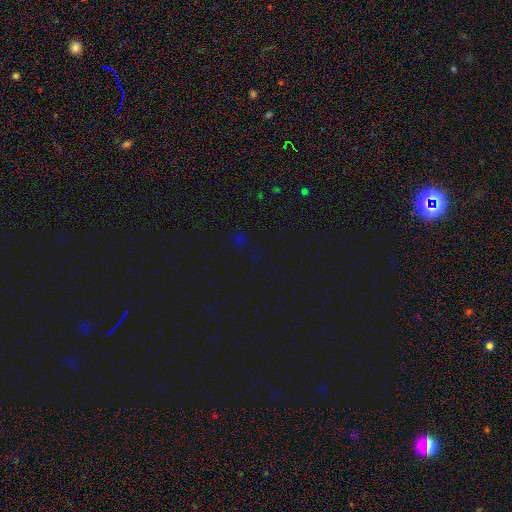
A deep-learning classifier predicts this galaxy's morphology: Smooth or featured?
  - star or artifact: 69% *
  - smooth: 25%
  - featured or disk: 6%